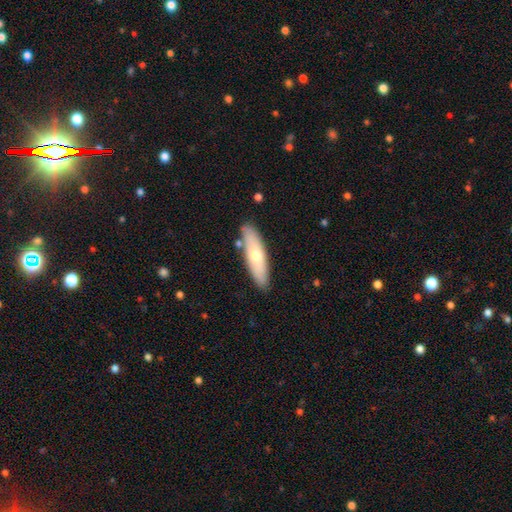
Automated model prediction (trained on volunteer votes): Smooth or featured? smooth (63%)
How rounded? cigar-shaped (60%)
Merging? none (83%)